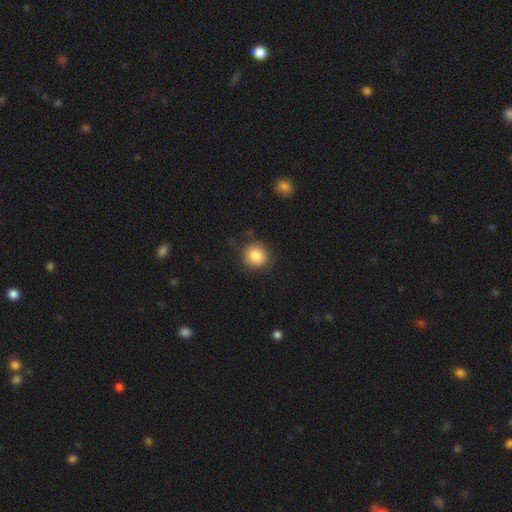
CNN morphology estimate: This is clearly a smooth galaxy (86%). How rounded: likely round (78%). Merging: clearly none (84%).